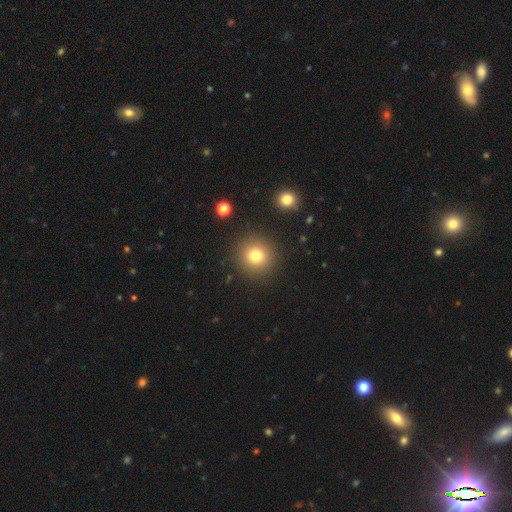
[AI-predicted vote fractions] This appears to be a smooth galaxy with no disk features (77%) that is round (93%). Merging: none (90%).